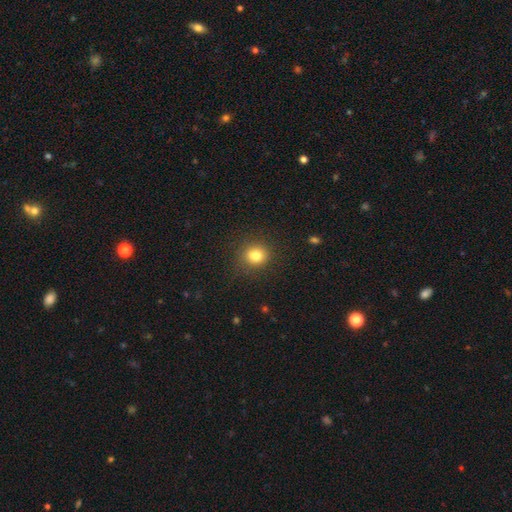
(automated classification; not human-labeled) smooth-or-featured: smooth: 82% | star or artifact: 12% | featured or disk: 6%
  how-rounded: round: 77% | in between: 22% | cigar-shaped: 1%
  merging: none: 87% | minor disturbance: 9% | major disturbance: 3% | merger: 1%